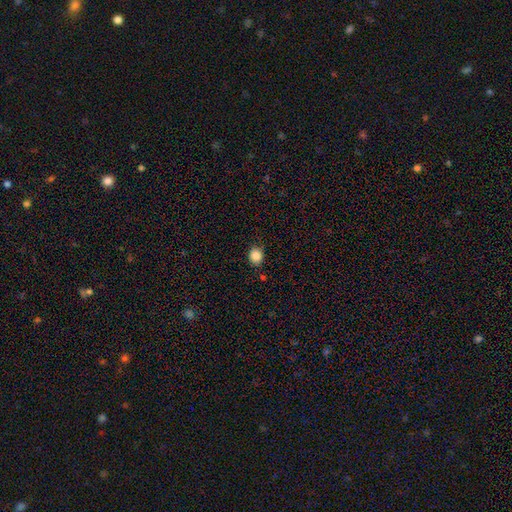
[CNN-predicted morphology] smooth_or_featured: smooth (p=0.86) [alt: star or artifact p=0.10]
how_rounded: round (p=0.66) [alt: in between p=0.33]
merging: none (p=0.84) [alt: minor disturbance p=0.11]